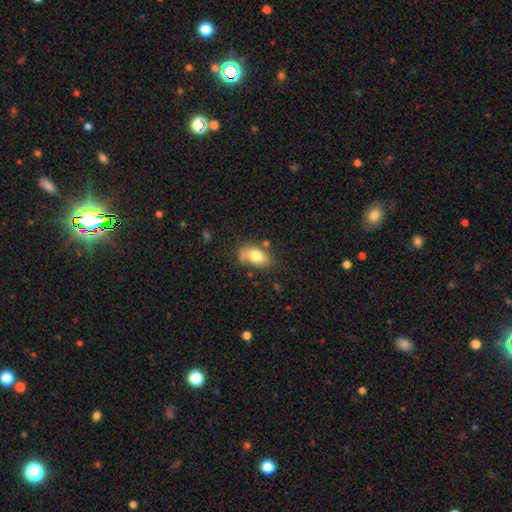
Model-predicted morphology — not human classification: Smooth or featured? Predicted: smooth (p=0.76). How rounded? Predicted: in between (p=0.87). Merging? Predicted: none (p=0.59).